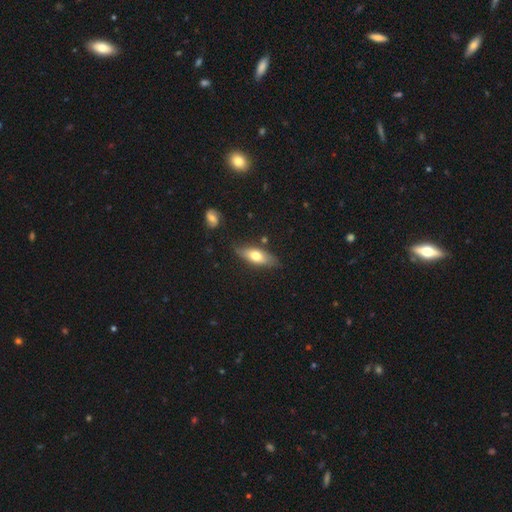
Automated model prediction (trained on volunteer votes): Overall: smooth (62%; featured or disk 31%). How rounded: in between (69%). Merging: none (75%).